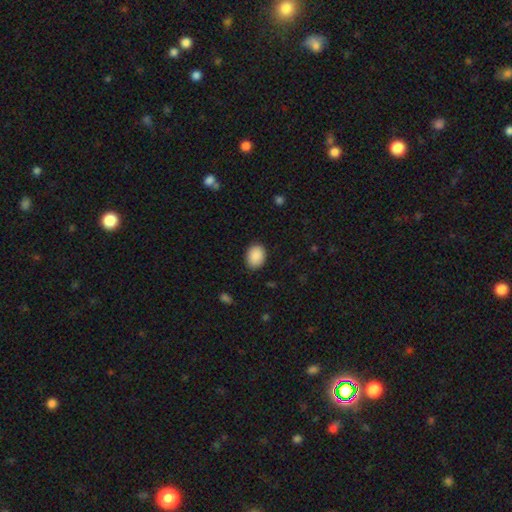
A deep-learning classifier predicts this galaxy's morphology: Q: Smooth or featured?
A: smooth (90%); runner-up: star or artifact (7%)
Q: How rounded?
A: in between (62%); runner-up: round (37%)
Q: Merging?
A: none (86%); runner-up: minor disturbance (10%)